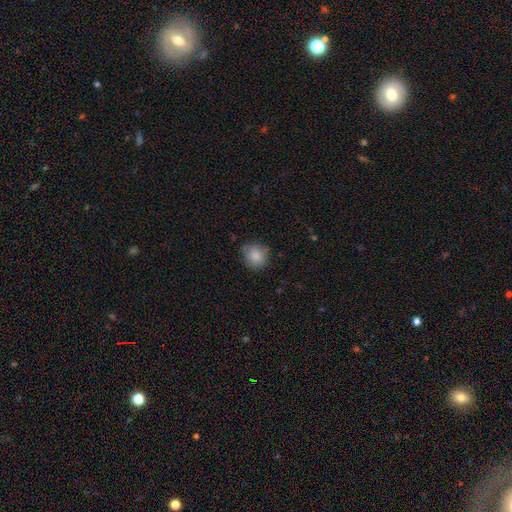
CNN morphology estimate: Smooth or featured: smooth — 86% (star or artifact — 9%)
How rounded: round — 84% (in between — 15%)
Merging: none — 80% (minor disturbance — 15%)